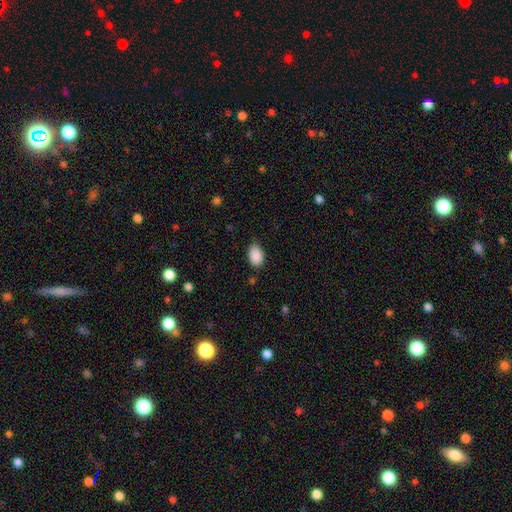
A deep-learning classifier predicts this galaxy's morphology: Smooth or featured?
  - smooth: 90% *
  - star or artifact: 7%
  - featured or disk: 3%
How rounded?
  - in between: 86% *
  - round: 13%
  - cigar-shaped: 1%
Merging?
  - none: 77% *
  - minor disturbance: 18%
  - major disturbance: 3%
  - merger: 2%